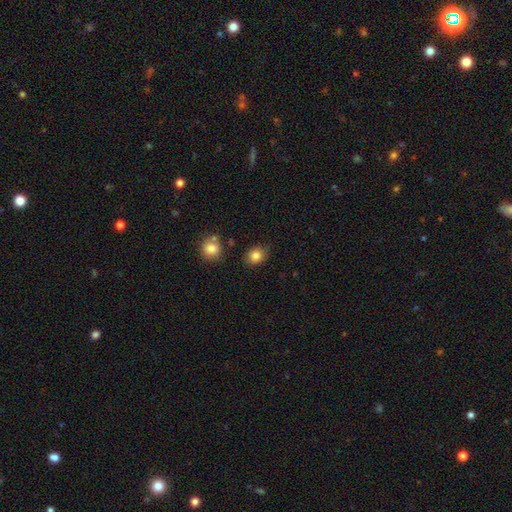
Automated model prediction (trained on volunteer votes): Morphology: type=smooth (84%); roundness=round (60%); merging=none (81%).